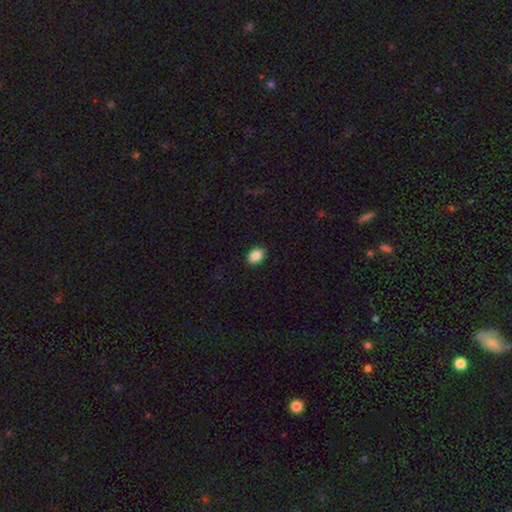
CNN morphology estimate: Smooth or featured? smooth (88%)
How rounded? in between (83%)
Merging? none (89%)